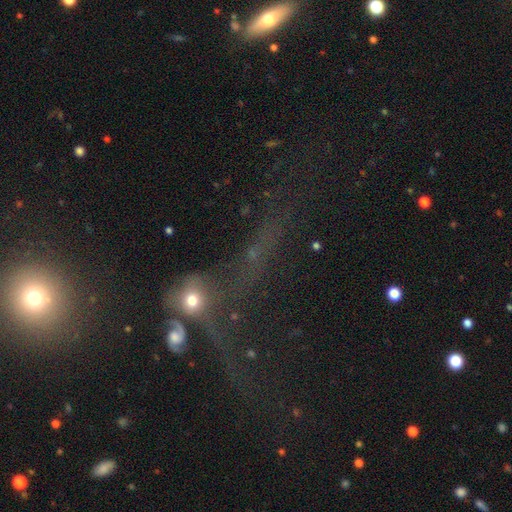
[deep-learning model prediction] Overall: star or artifact (35%; smooth 33%).